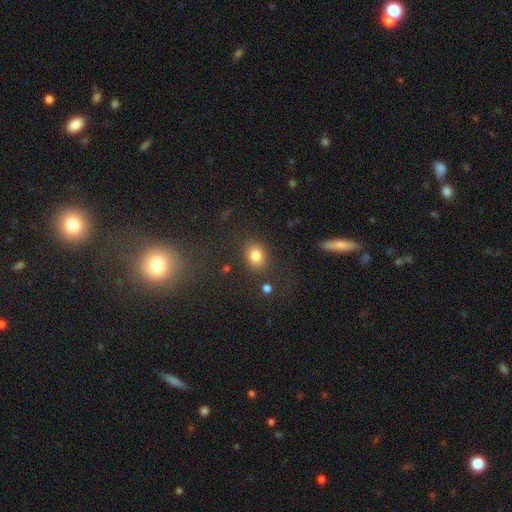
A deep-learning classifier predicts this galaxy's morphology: The model was most divided on "how rounded": in between: 55%, round: 44%, cigar-shaped: 1%. More confident: smooth or featured — smooth (82%); merging — none (79%).